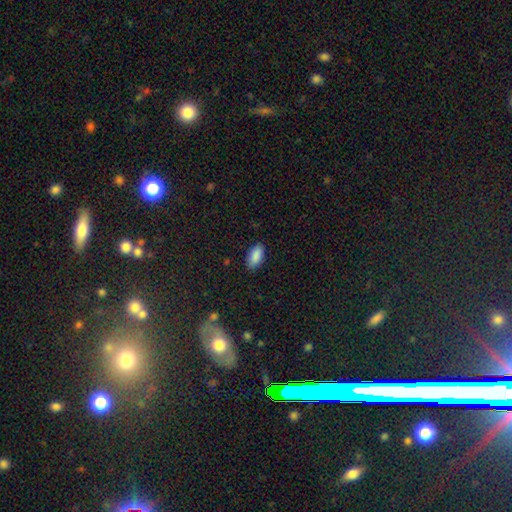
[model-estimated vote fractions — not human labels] Smooth or featured? Predicted: smooth (p=0.89). How rounded? Predicted: in between (p=0.92). Merging? Predicted: none (p=0.87).